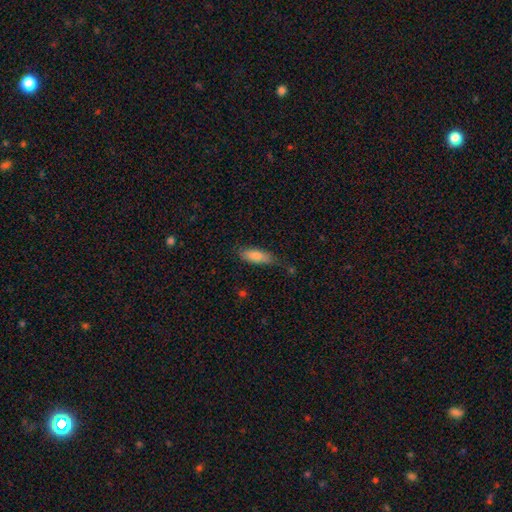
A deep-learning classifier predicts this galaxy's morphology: smooth 82%, featured or disk 12%, star or artifact 7%. Down the decision tree: how rounded — in between (60%); merging — none (71%).